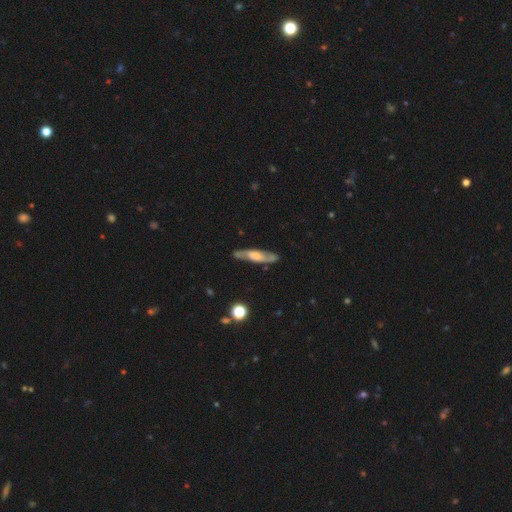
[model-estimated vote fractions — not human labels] This appears to be a featured or disk galaxy (61%) viewed edge-on (53%). Merging: none (81%).